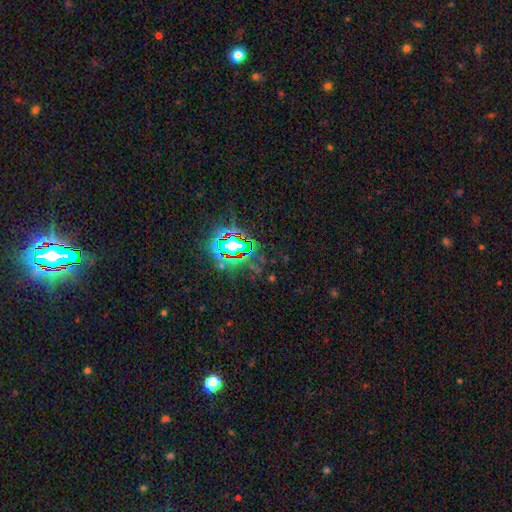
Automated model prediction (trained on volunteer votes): Smooth or featured: star or artifact — 81% (smooth — 11%)